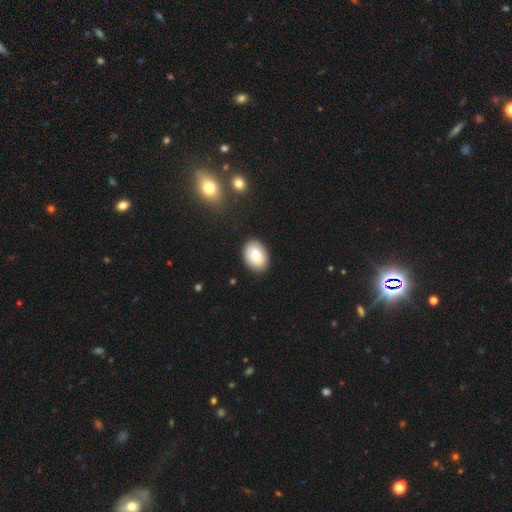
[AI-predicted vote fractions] Smooth or featured: smooth — 79% (featured or disk — 14%)
How rounded: in between — 75% (round — 24%)
Merging: none — 87% (minor disturbance — 9%)